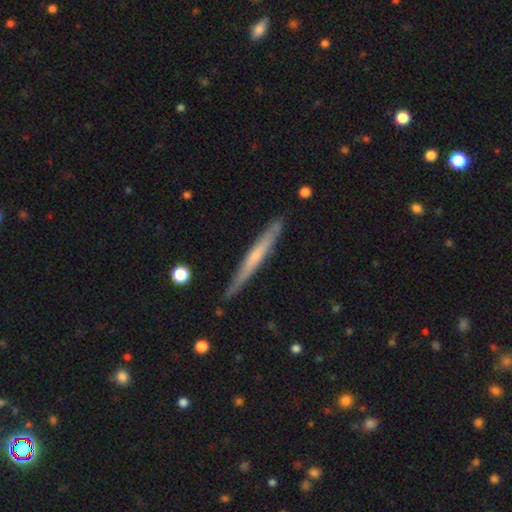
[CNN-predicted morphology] Q: Smooth or featured?
A: featured or disk (54%); runner-up: smooth (41%)
Q: Edge-on disk?
A: yes (95%); runner-up: no (5%)
Q: Edge-on bulge?
A: none (60%); runner-up: rounded (35%)
Q: Merging?
A: none (86%); runner-up: minor disturbance (11%)